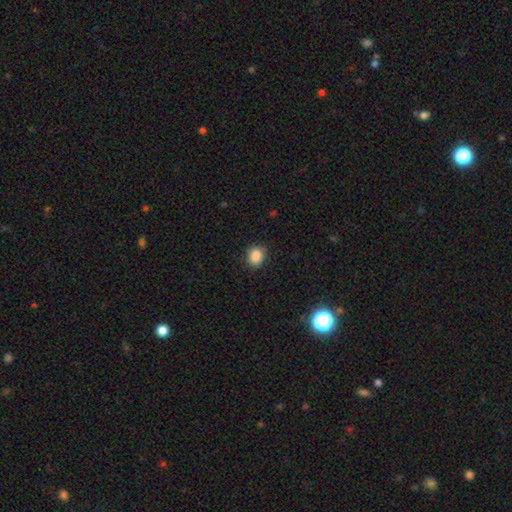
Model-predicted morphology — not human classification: smooth_or_featured: smooth (p=0.87) [alt: star or artifact p=0.10]
how_rounded: round (p=0.60) [alt: in between p=0.39]
merging: none (p=0.82) [alt: minor disturbance p=0.14]